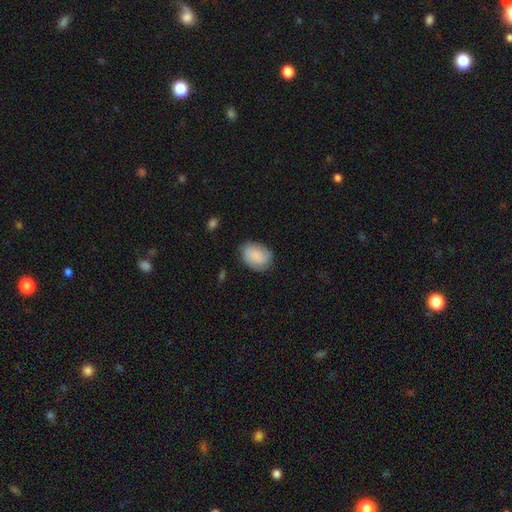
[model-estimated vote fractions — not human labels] A smooth galaxy with no disk features (83%) that is in between round and cigar-shaped (75%).

Vote fractions:
- Smooth or featured? smooth: 83% / featured or disk: 10% / star or artifact: 7%
- How rounded? in between: 75% / round: 24% / cigar-shaped: 1%
- Merging? none: 76% / minor disturbance: 18% / major disturbance: 4% / merger: 1%